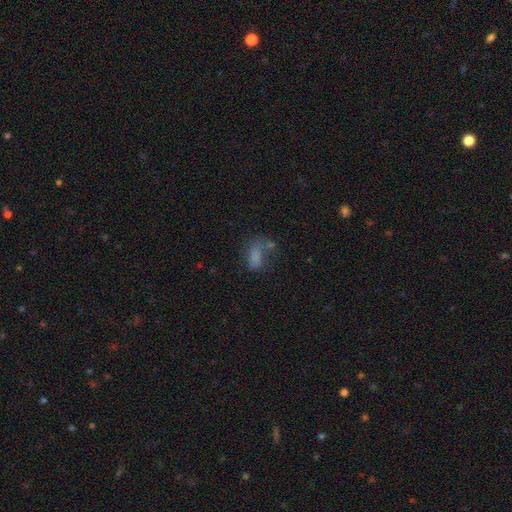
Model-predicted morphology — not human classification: A smooth galaxy with no disk features (68%) that is in between round and cigar-shaped (84%).

Vote fractions:
- Smooth or featured? smooth: 68% / featured or disk: 17% / star or artifact: 15%
- How rounded? in between: 84% / cigar-shaped: 8% / round: 7%
- Merging? none: 35% / major disturbance: 23% / minor disturbance: 21% / merger: 21%